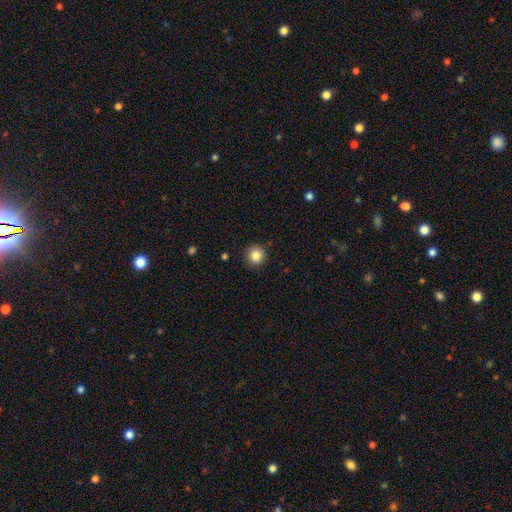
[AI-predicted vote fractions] This appears to be a smooth galaxy with no disk features (85%) that is round (95%). Merging: none (91%).